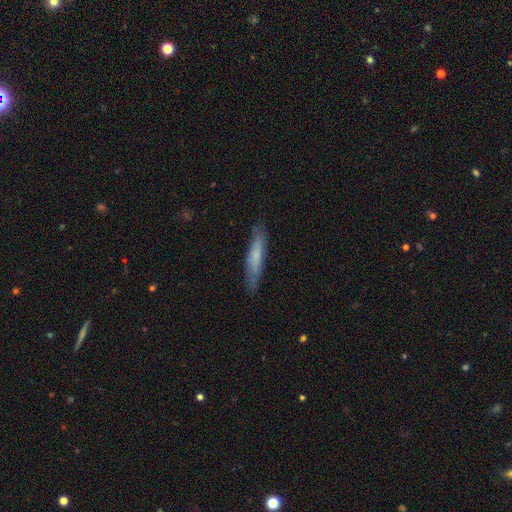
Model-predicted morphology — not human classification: smooth_or_featured: smooth (p=0.59) [alt: featured or disk p=0.35]
how_rounded: cigar-shaped (p=0.89) [alt: in between p=0.10]
merging: none (p=0.81) [alt: minor disturbance p=0.15]